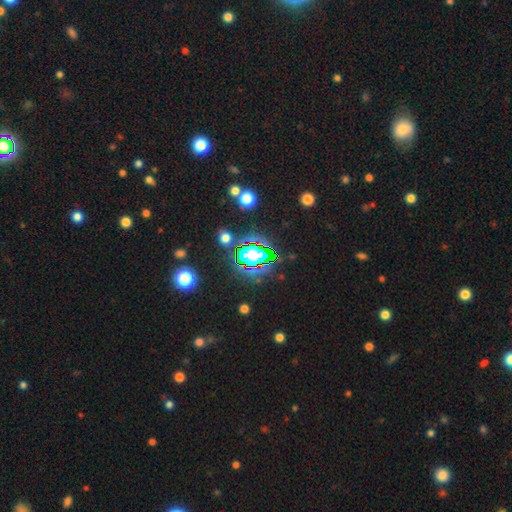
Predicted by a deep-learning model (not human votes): The model was most divided on "smooth or featured": star or artifact: 67%, smooth: 22%, featured or disk: 12%.